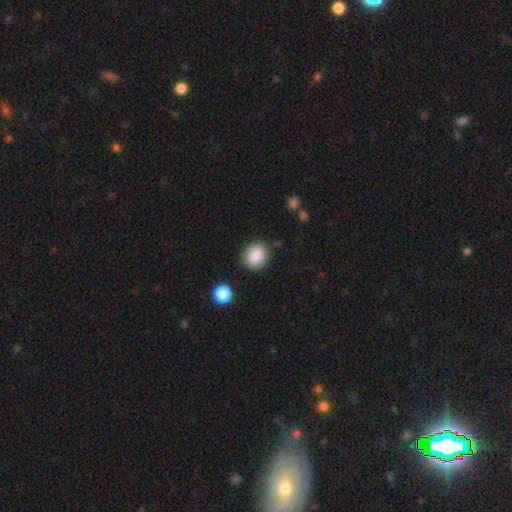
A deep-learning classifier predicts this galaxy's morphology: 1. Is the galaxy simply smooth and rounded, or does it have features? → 87% smooth, 9% star or artifact, 5% featured or disk.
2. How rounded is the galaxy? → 71% round, 27% in between, 1% cigar-shaped.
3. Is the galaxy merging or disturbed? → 81% none, 13% minor disturbance, 3% major disturbance, 3% merger.